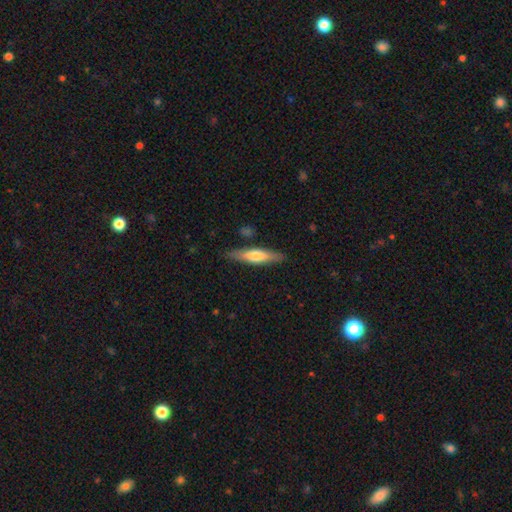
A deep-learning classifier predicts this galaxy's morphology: Smooth or featured: smooth — 58% (featured or disk — 37%)
How rounded: cigar-shaped — 79% (in between — 19%)
Merging: none — 85% (minor disturbance — 11%)